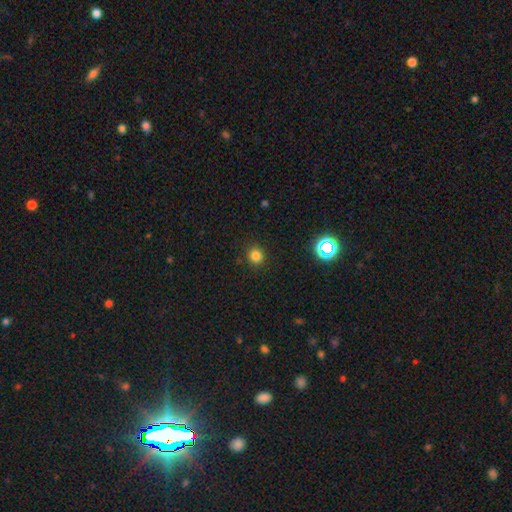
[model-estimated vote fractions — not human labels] The model was most divided on "smooth or featured": smooth: 80%, star or artifact: 16%, featured or disk: 4%. More confident: merging — none (90%); how rounded — round (88%).